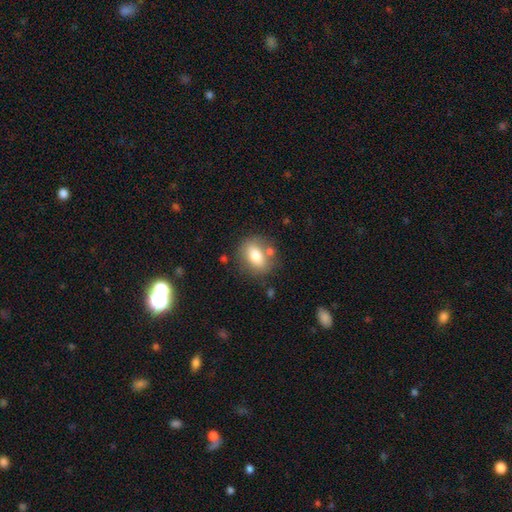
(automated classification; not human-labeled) The model was most divided on "how rounded": in between: 64%, round: 34%, cigar-shaped: 2%. More confident: smooth or featured — smooth (74%); merging — none (71%).